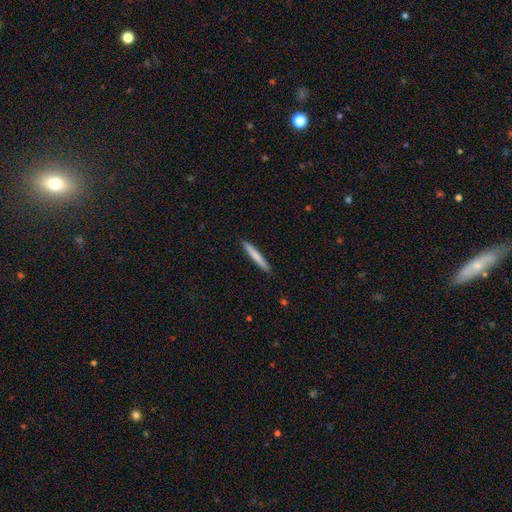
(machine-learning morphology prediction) Smooth or featured? Predicted: smooth (p=0.72). How rounded? Predicted: cigar-shaped (p=0.96). Merging? Predicted: none (p=0.92).